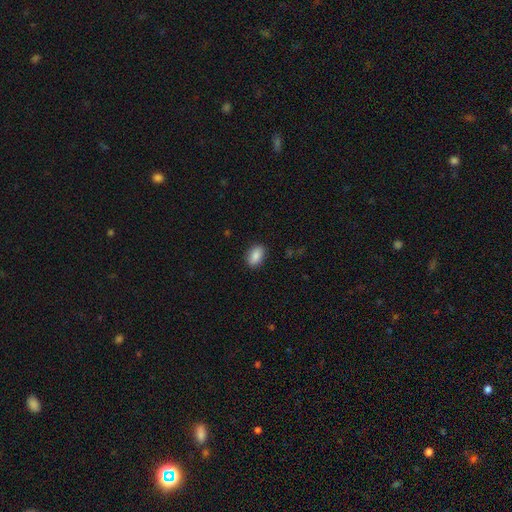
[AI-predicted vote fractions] This appears to be a smooth galaxy with no disk features (87%) that is in between round and cigar-shaped (89%). Merging: none (88%).